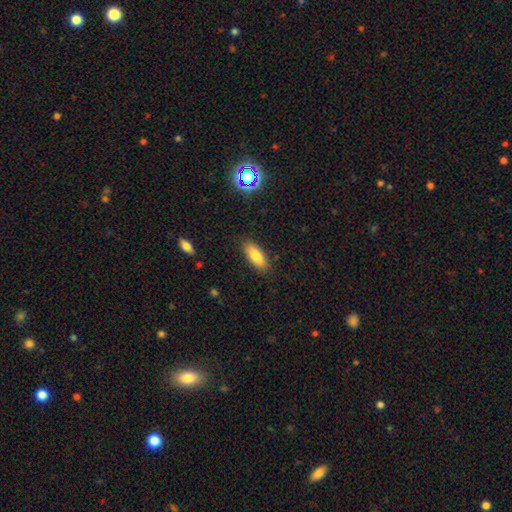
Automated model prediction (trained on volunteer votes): A smooth galaxy with no disk features (80%) that is in between round and cigar-shaped (77%). Merging: none (86%).